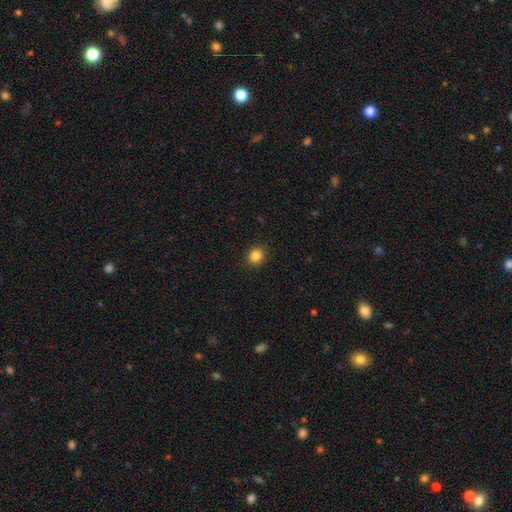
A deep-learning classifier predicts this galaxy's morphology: Smooth or featured? smooth (86%)
How rounded? round (64%)
Merging? none (90%)